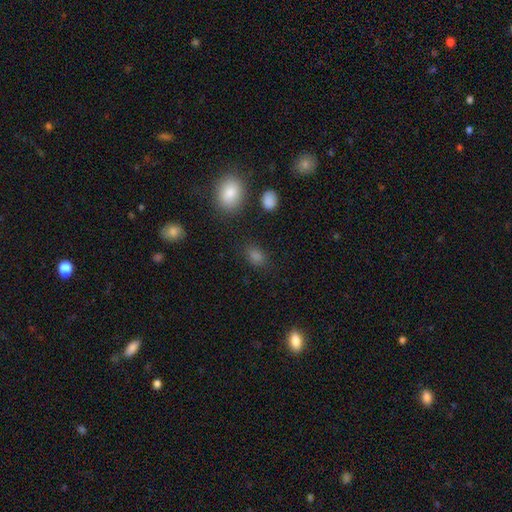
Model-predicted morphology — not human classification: smooth 79%, star or artifact 16%, featured or disk 5%. Down the decision tree: how rounded — in between (72%); merging — none (82%).